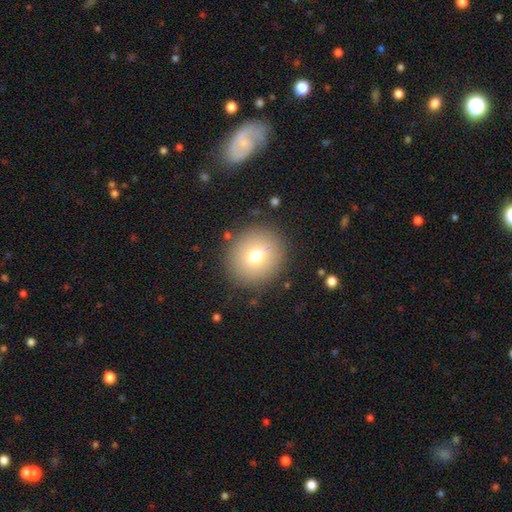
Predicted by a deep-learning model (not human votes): This appears to be a smooth galaxy with no disk features (70%) that is round (89%). Merging: none (87%).